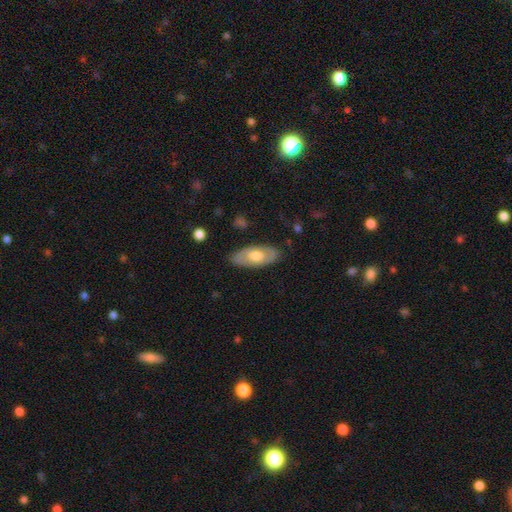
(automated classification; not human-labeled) Q: Smooth or featured?
A: smooth (57%); runner-up: featured or disk (38%)
Q: How rounded?
A: in between (88%); runner-up: cigar-shaped (9%)
Q: Merging?
A: none (83%); runner-up: minor disturbance (13%)